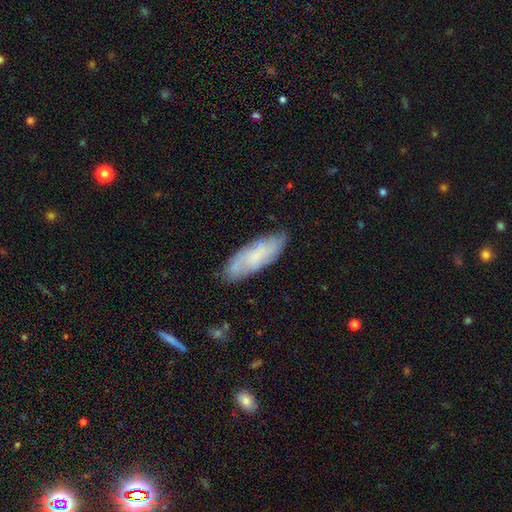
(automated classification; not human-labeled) This appears to be a smooth galaxy with no disk features (54%) that is in between round and cigar-shaped (63%). Merging: none (78%).